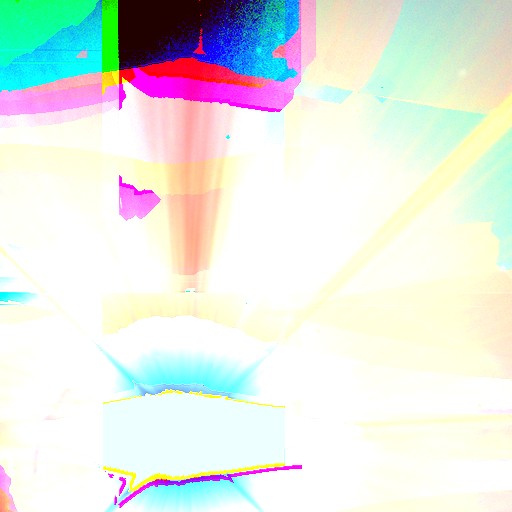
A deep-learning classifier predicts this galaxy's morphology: Smooth or featured? star or artifact (59%)